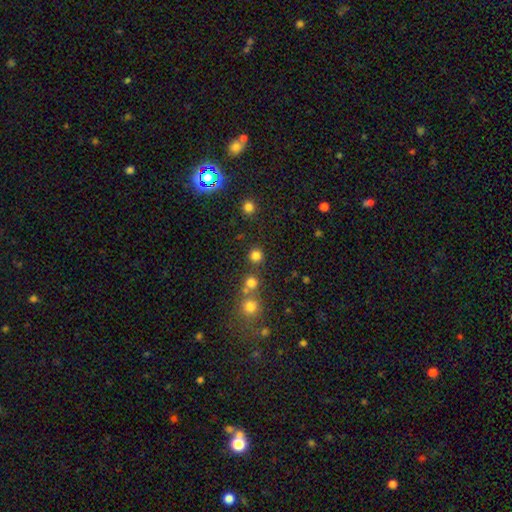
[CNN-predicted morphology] The model was most divided on "smooth or featured": smooth: 78%, star or artifact: 17%, featured or disk: 5%. More confident: how rounded — round (93%); merging — none (80%).